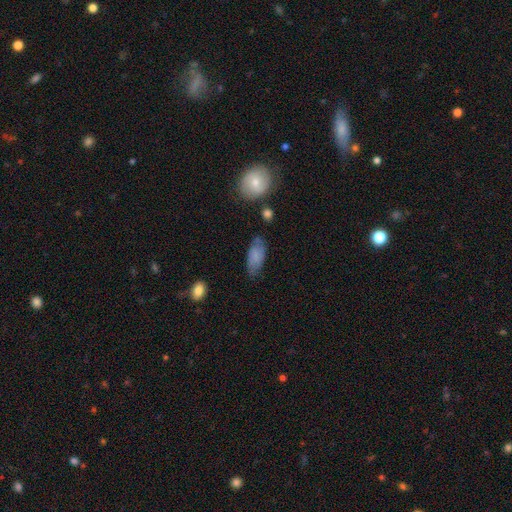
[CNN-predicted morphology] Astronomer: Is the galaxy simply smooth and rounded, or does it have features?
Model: smooth — 75%.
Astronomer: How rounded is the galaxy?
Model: in between — 88%.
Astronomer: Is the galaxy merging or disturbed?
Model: none — 65%.